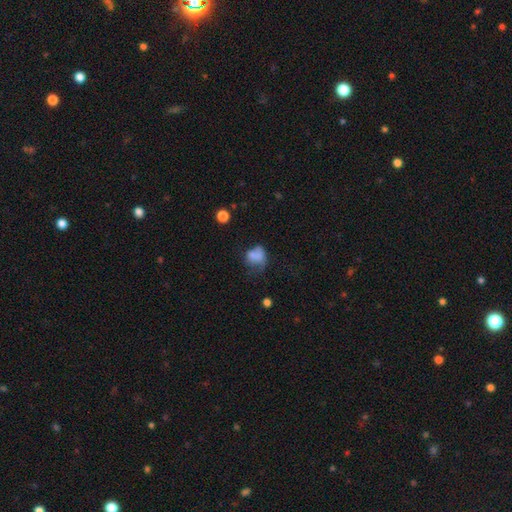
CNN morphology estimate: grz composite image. It shows a smooth galaxy with no disk features (67%) that is in between round and cigar-shaped (53%). Merging: major disturbance (32%).